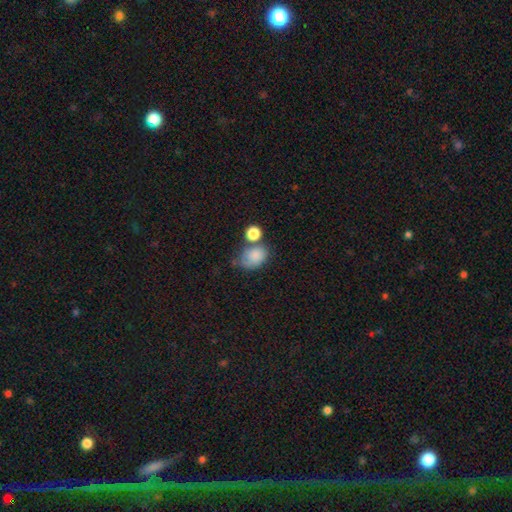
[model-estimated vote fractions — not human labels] A smooth galaxy with no disk features (81%) that is in between round and cigar-shaped (70%). Merging: none (42%).